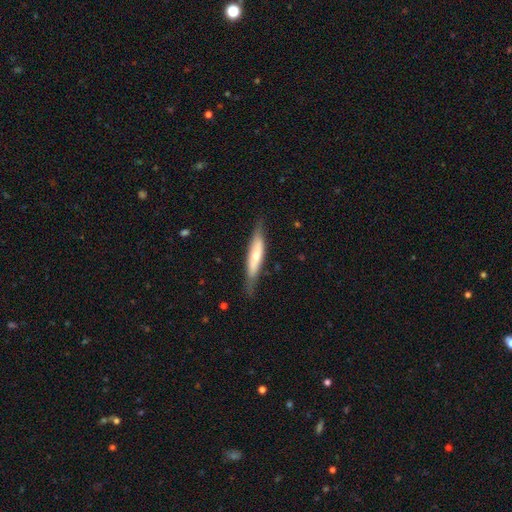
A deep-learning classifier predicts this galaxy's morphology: Smooth or featured? Predicted: smooth (p=0.53). How rounded? Predicted: cigar-shaped (p=0.82). Merging? Predicted: none (p=0.73).